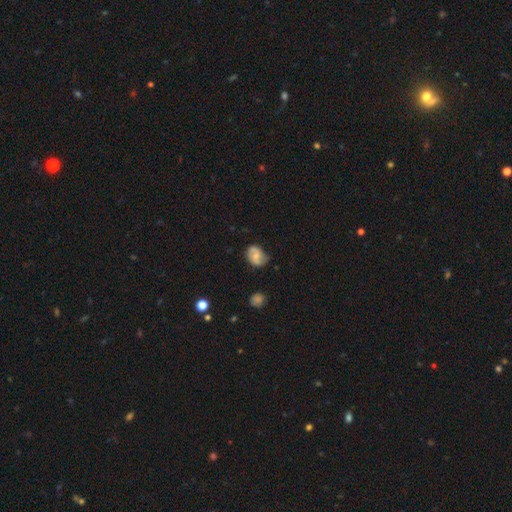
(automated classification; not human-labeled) A featured or disk galaxy (48%). Merging: none (61%).